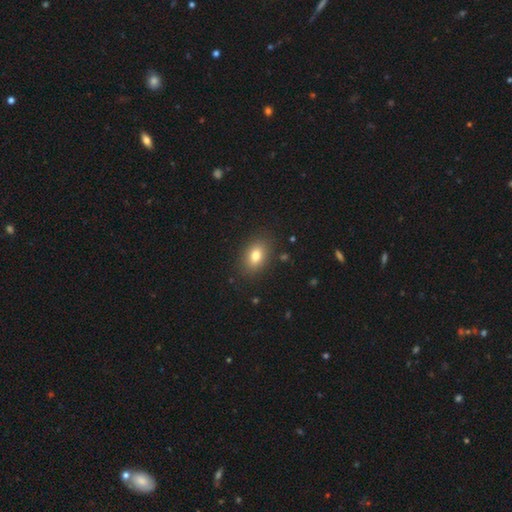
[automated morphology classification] A smooth galaxy with no disk features (78%) that is in between round and cigar-shaped (80%).

Vote fractions:
- Smooth or featured? smooth: 78% / featured or disk: 11% / star or artifact: 10%
- How rounded? in between: 80% / round: 18% / cigar-shaped: 2%
- Merging? none: 87% / minor disturbance: 9% / major disturbance: 3% / merger: 1%